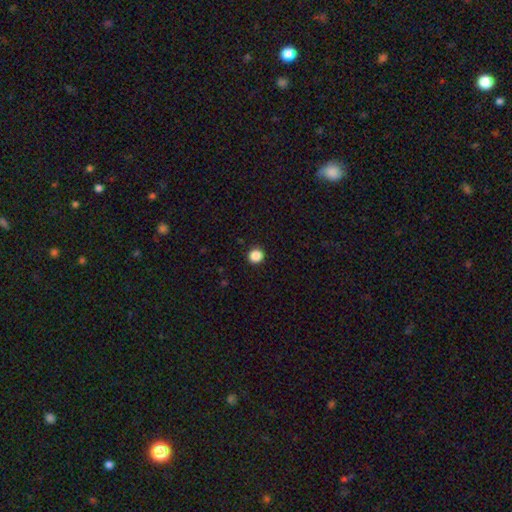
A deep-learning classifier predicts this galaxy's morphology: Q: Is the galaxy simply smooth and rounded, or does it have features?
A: smooth — 87%.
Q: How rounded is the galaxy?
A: round — 92%.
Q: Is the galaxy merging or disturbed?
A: none — 93%.